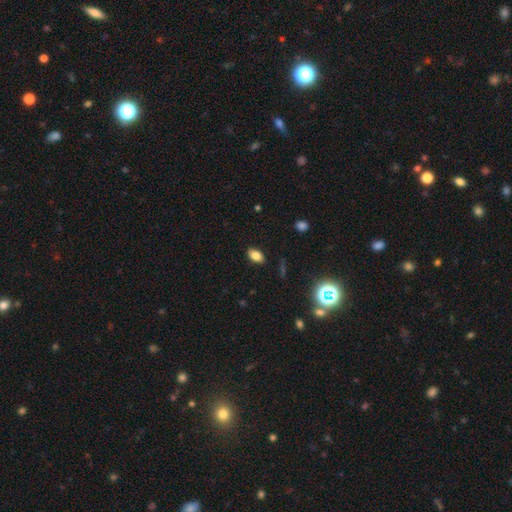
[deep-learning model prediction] Smooth or featured: smooth — 80% (star or artifact — 11%)
How rounded: in between — 89% (round — 9%)
Merging: none — 86% (minor disturbance — 10%)